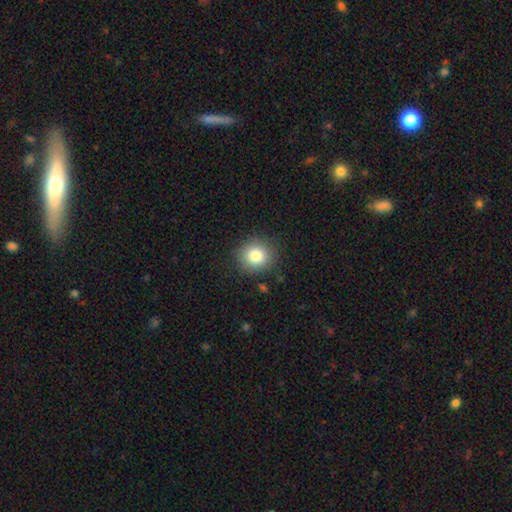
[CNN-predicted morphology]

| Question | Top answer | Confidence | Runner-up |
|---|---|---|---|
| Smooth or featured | smooth | 82% | star or artifact (11%) |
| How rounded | round | 84% | in between (15%) |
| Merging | none | 87% | minor disturbance (9%) |